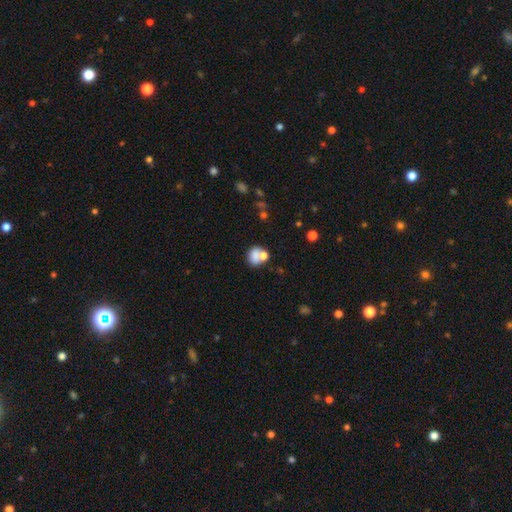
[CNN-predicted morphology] smooth 72%, featured or disk 17%, star or artifact 11%. Down the decision tree: how rounded — round (66%); merging — none (45%).